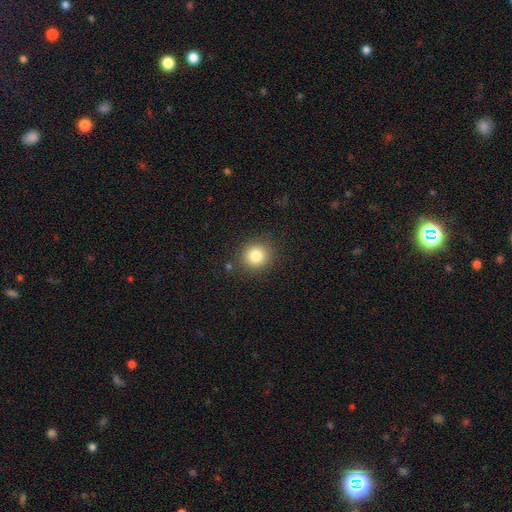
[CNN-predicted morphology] Smooth or featured: smooth — 82% (star or artifact — 11%)
How rounded: round — 88% (in between — 11%)
Merging: none — 88% (minor disturbance — 8%)